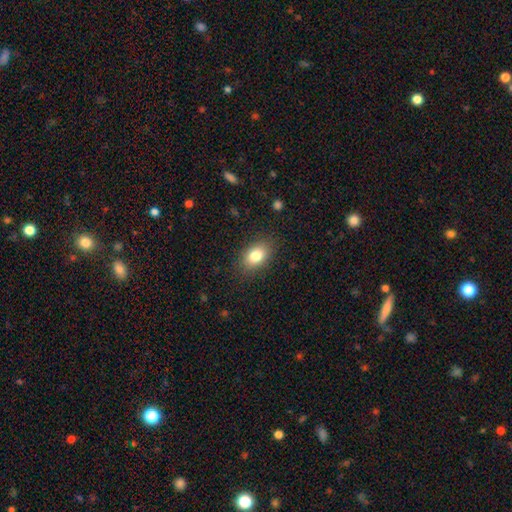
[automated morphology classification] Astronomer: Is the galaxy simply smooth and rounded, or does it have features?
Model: smooth — 82%.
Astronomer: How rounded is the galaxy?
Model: in between — 82%.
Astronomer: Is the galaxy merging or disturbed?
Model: none — 85%.